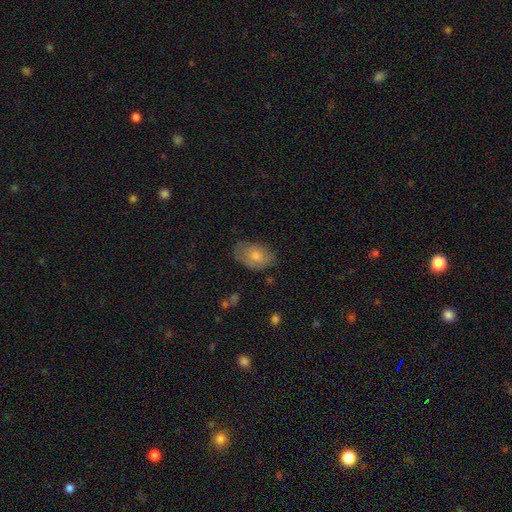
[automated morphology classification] This is likely a smooth galaxy (73%). How rounded: clearly in between (88%). Merging: likely none (72%).